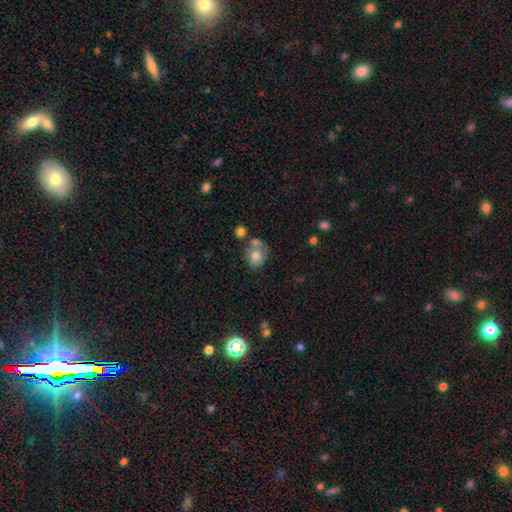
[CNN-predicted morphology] smooth-or-featured: smooth: 71% | featured or disk: 20% | star or artifact: 9%
  how-rounded: round: 66% | in between: 33% | cigar-shaped: 1%
  merging: none: 43% | merger: 32% | minor disturbance: 17% | major disturbance: 8%